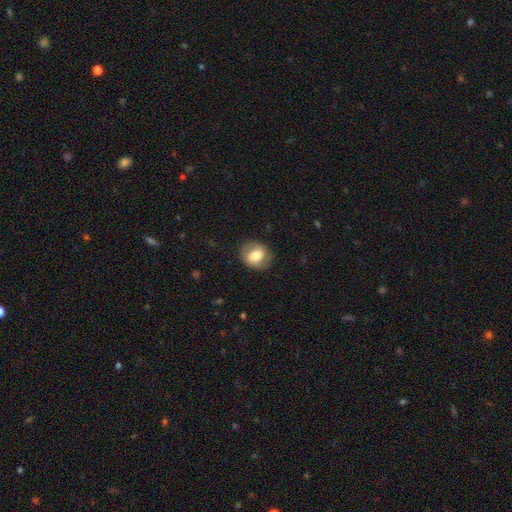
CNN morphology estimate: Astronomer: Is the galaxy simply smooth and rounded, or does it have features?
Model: smooth — 70%.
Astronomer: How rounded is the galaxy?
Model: round — 65%.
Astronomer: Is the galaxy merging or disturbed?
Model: none — 83%.